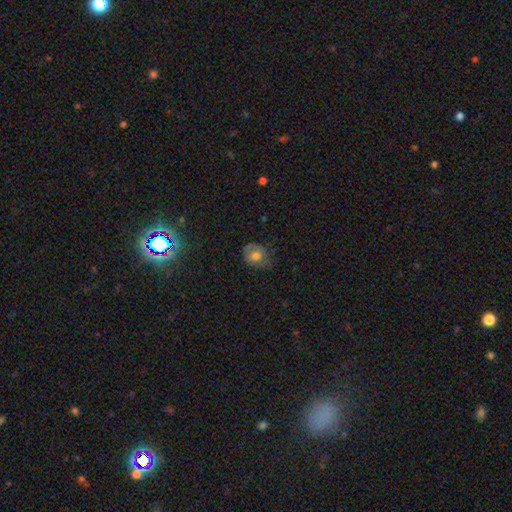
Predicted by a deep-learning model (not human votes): A smooth galaxy with no disk features (62%) that is round (56%).

Vote fractions:
- Smooth or featured? smooth: 62% / featured or disk: 28% / star or artifact: 10%
- How rounded? round: 56% / in between: 43% / cigar-shaped: 1%
- Merging? none: 56% / minor disturbance: 29% / major disturbance: 13% / merger: 2%